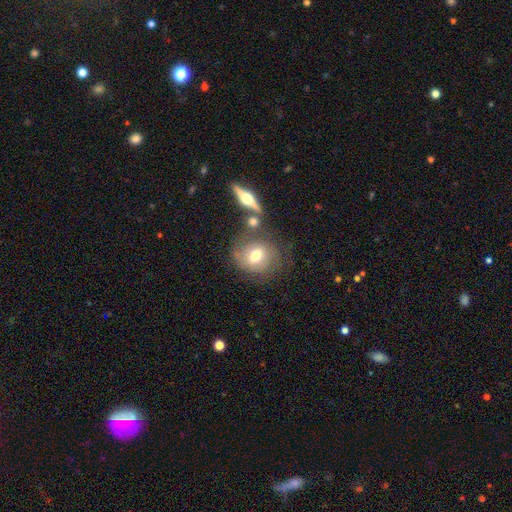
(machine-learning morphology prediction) type=smooth (58%); roundness=round (72%); merging=none (62%).